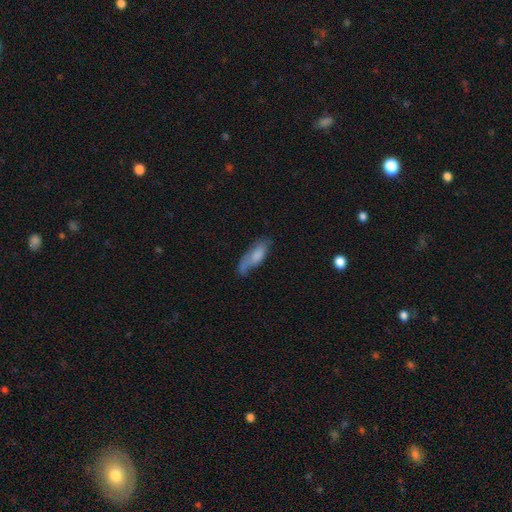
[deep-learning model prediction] Smooth or featured?
  - smooth: 68% *
  - featured or disk: 25%
  - star or artifact: 8%
How rounded?
  - in between: 66% *
  - cigar-shaped: 32%
  - round: 2%
Merging?
  - none: 44% *
  - minor disturbance: 31%
  - major disturbance: 20%
  - merger: 5%